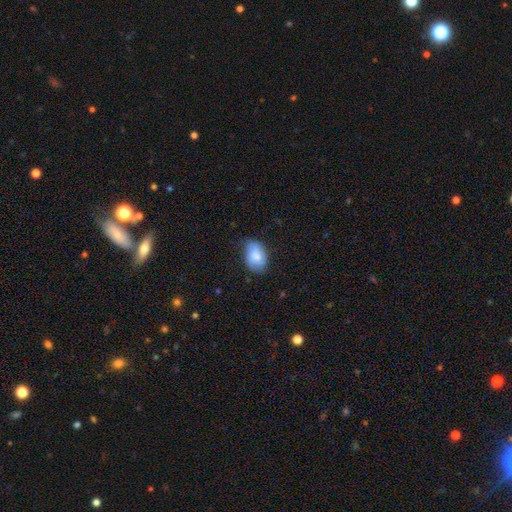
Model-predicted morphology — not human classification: This appears to be a smooth galaxy with no disk features (82%) that is in between round and cigar-shaped (87%). Merging: none (63%).